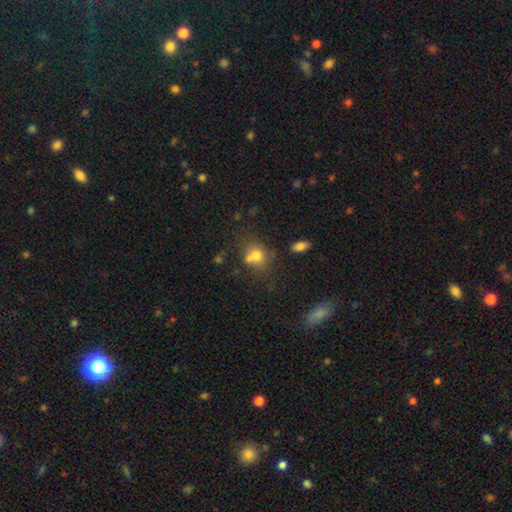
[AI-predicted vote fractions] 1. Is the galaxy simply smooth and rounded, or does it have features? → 72% smooth, 15% featured or disk, 13% star or artifact.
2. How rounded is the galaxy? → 66% round, 33% in between, 1% cigar-shaped.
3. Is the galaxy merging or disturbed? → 47% none, 31% merger, 15% minor disturbance, 7% major disturbance.